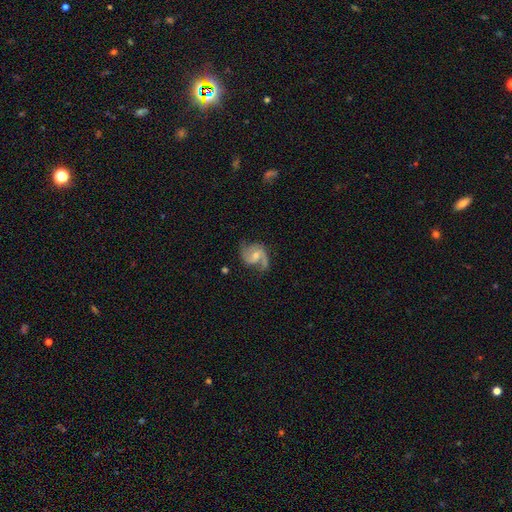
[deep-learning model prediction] A featured or disk galaxy (82%) with a weak bar (48%), 2 (82%) medium (48%) spiral arms (96%) and a moderate central bulge (48%). Merging: none (63%).